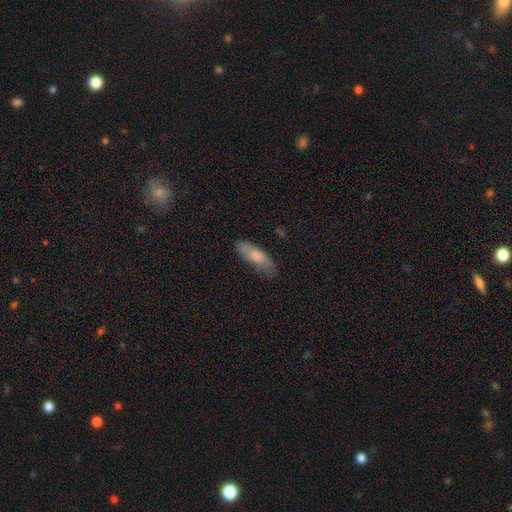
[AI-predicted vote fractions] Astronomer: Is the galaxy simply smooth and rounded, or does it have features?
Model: smooth — 70%.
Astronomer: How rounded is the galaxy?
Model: in between — 59% (runner-up: cigar-shaped, 39%).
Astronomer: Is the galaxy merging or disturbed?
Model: none — 68%.